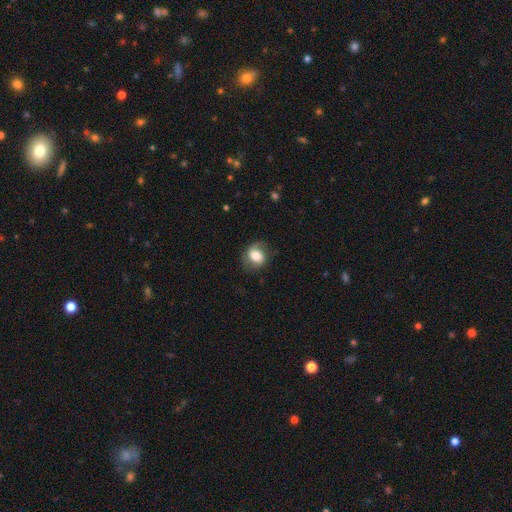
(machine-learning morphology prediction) A smooth galaxy with no disk features (62%) that is round (55%). Merging: none (68%).